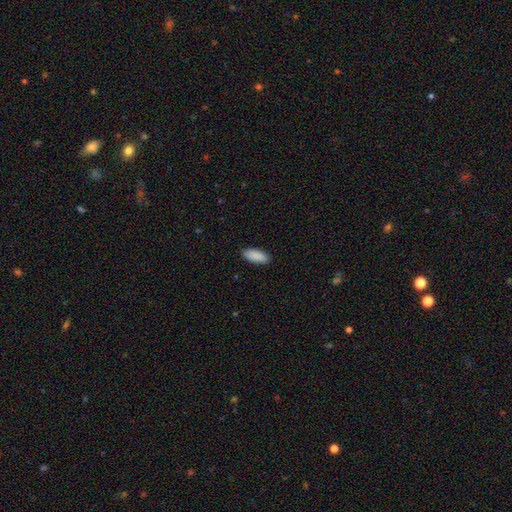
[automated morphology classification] type=smooth (91%); roundness=in between (82%); merging=none (89%).